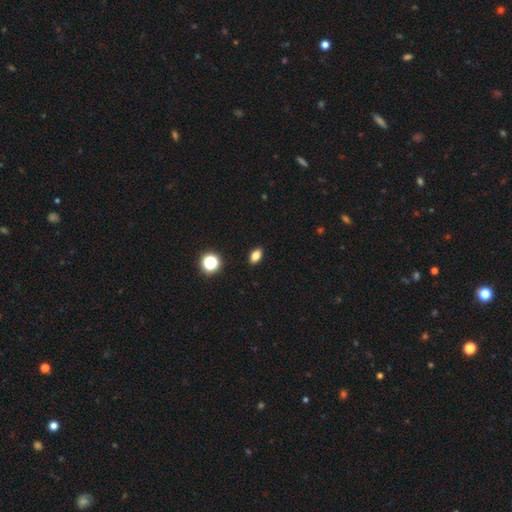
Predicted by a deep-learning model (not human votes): Smooth or featured: smooth — 81% (star or artifact — 12%)
How rounded: in between — 84% (round — 12%)
Merging: none — 90% (minor disturbance — 7%)